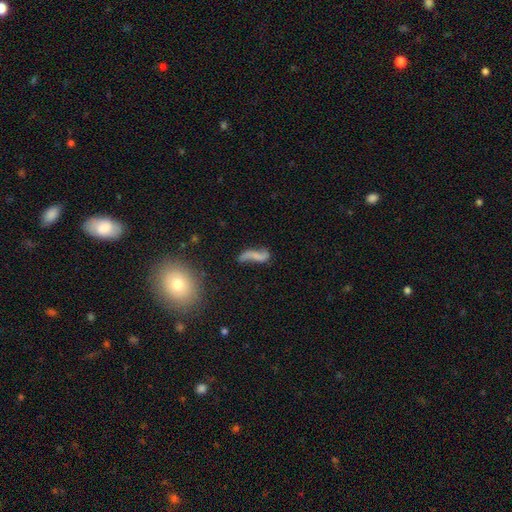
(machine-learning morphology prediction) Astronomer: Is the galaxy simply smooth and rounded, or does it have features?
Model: featured or disk — 55% (runner-up: smooth, 34%).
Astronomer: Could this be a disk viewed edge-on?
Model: no — 90%.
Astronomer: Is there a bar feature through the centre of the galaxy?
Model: no — 55%.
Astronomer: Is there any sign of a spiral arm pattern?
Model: yes — 78%.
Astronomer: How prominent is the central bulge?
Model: none — 66%.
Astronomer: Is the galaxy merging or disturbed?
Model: none — 46% (runner-up: minor disturbance, 23%).